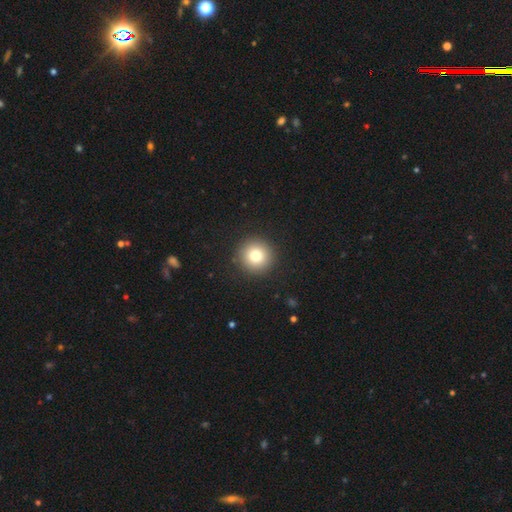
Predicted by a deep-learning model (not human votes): A smooth galaxy with no disk features (80%) that is round (96%). Merging: none (92%).